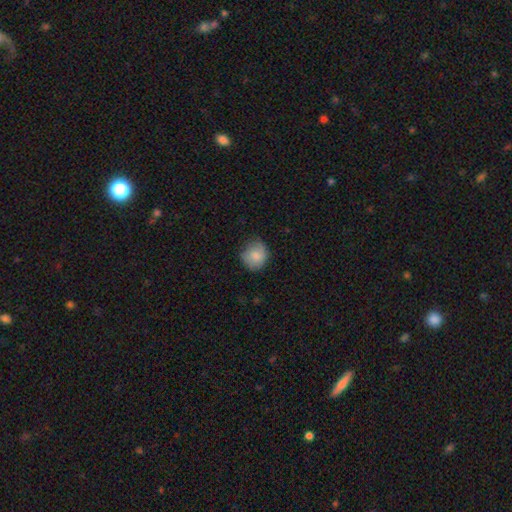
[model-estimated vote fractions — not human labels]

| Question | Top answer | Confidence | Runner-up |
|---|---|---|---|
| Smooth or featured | smooth | 82% | featured or disk (10%) |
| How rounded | round | 81% | in between (18%) |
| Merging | none | 71% | minor disturbance (23%) |